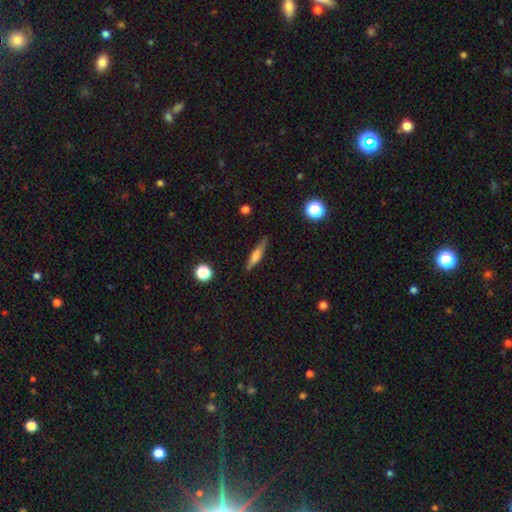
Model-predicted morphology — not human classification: Q: Smooth or featured?
A: smooth (58%); runner-up: featured or disk (34%)
Q: How rounded?
A: cigar-shaped (82%); runner-up: in between (15%)
Q: Merging?
A: none (82%); runner-up: minor disturbance (13%)